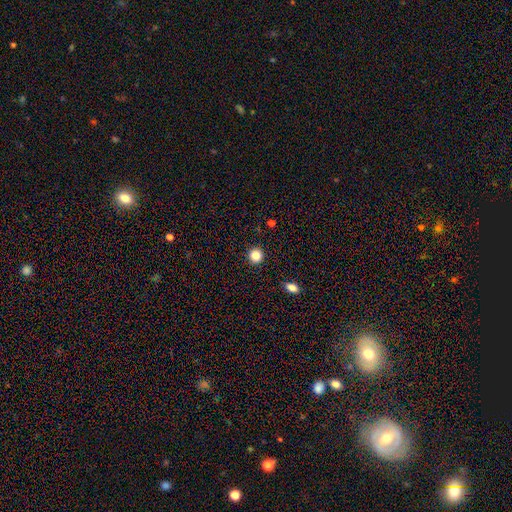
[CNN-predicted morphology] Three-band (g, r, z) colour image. It shows a smooth galaxy with no disk features (84%) that is round (93%). Merging: none (93%).